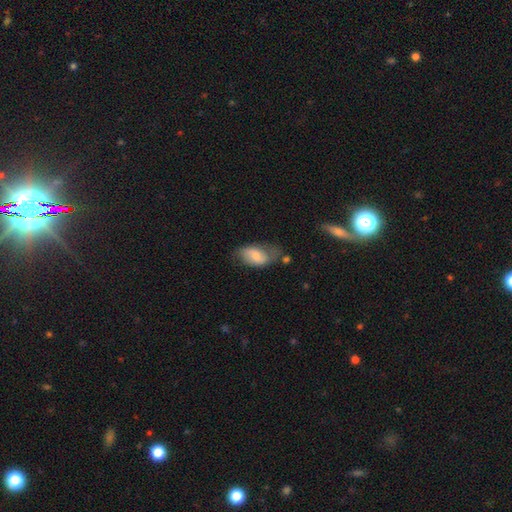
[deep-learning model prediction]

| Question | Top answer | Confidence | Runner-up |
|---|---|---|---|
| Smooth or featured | smooth | 61% | featured or disk (32%) |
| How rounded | in between | 92% | round (6%) |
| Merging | none | 47% | minor disturbance (33%) |